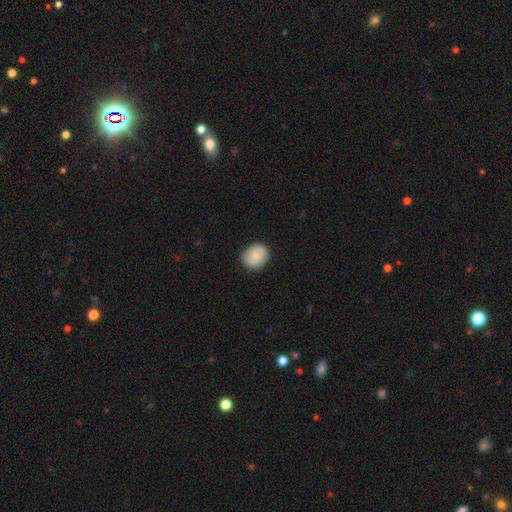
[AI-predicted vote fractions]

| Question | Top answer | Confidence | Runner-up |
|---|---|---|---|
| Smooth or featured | smooth | 75% | featured or disk (18%) |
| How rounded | round | 65% | in between (34%) |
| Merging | none | 83% | minor disturbance (13%) |